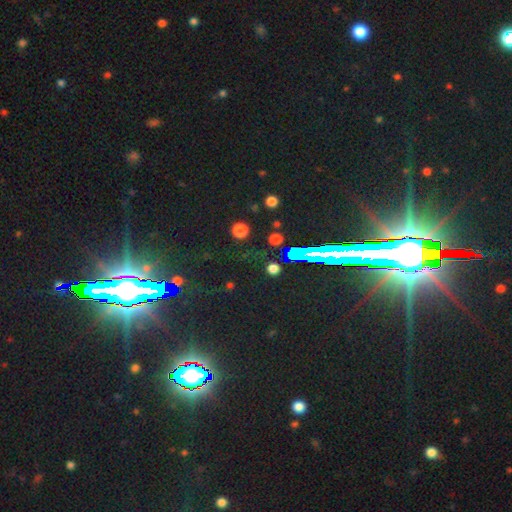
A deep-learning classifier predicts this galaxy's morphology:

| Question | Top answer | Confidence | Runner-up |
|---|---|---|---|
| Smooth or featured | star or artifact | 79% | featured or disk (12%) |